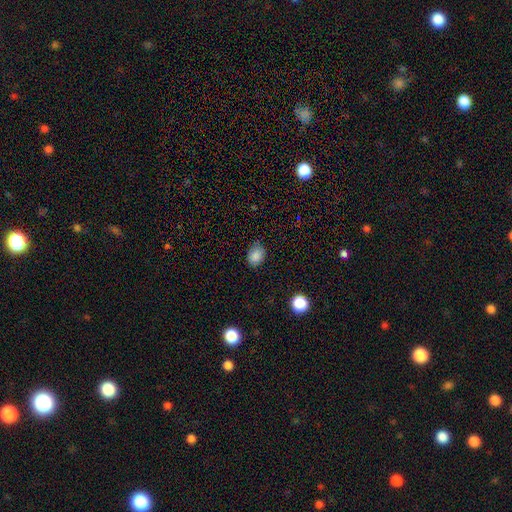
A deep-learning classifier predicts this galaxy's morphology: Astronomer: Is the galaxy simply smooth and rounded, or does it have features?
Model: smooth — 85%.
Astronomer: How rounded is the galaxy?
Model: in between — 56% (runner-up: round, 43%).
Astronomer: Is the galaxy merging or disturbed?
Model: none — 74%.